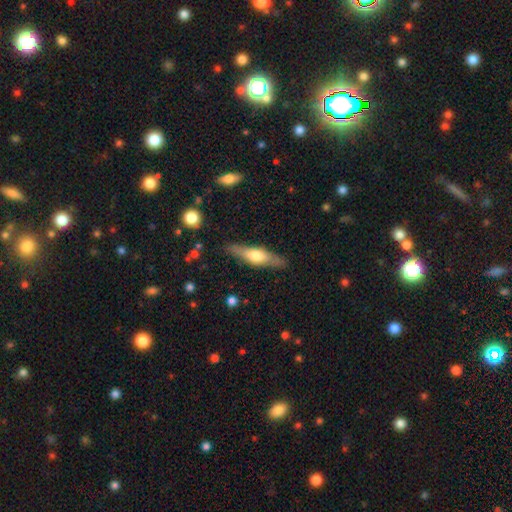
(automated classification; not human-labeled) featured or disk 49%, smooth 45%, star or artifact 5%. Down the decision tree: merging — none (84%).